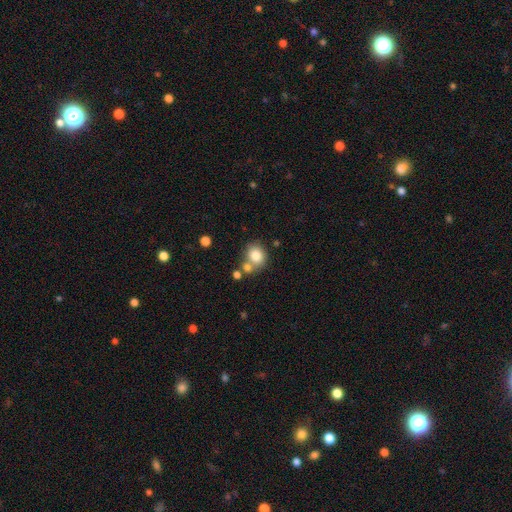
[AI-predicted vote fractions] Smooth or featured: smooth — 80% (star or artifact — 10%)
How rounded: round — 74% (in between — 25%)
Merging: none — 56% (merger — 27%)